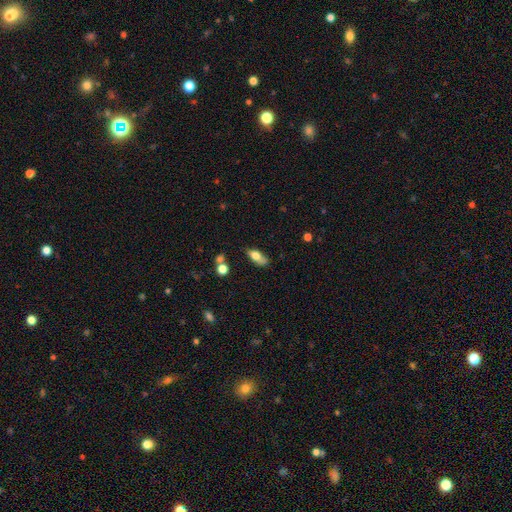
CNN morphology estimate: A smooth galaxy with no disk features (68%) that is in between round and cigar-shaped (78%).

Vote fractions:
- Smooth or featured? smooth: 68% / featured or disk: 24% / star or artifact: 8%
- How rounded? in between: 78% / cigar-shaped: 17% / round: 5%
- Merging? none: 56% / minor disturbance: 28% / major disturbance: 9% / merger: 8%